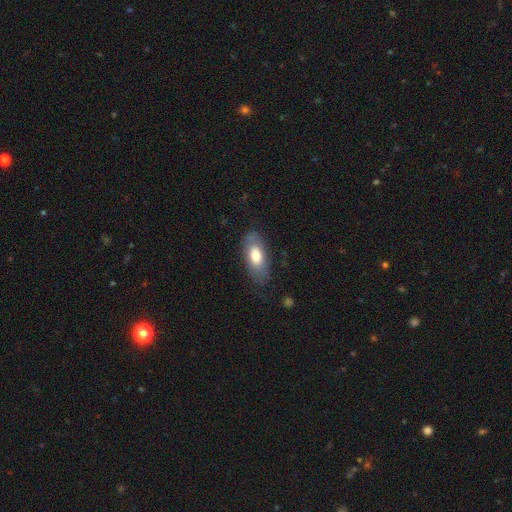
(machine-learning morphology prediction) A smooth galaxy with no disk features (70%) that is in between round and cigar-shaped (88%). Merging: none (76%).